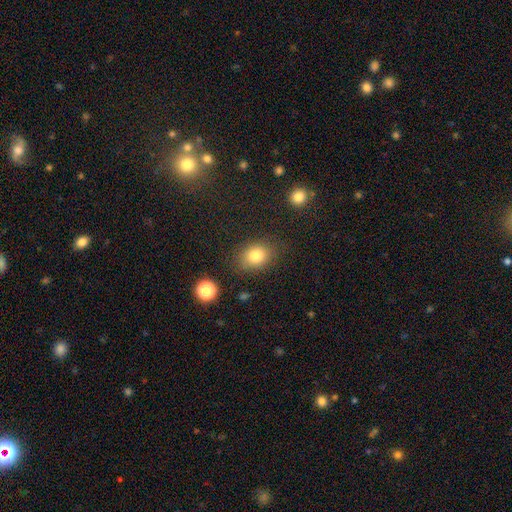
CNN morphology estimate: smooth 81%, star or artifact 11%, featured or disk 8%. Down the decision tree: how rounded — in between (55%); merging — none (80%).